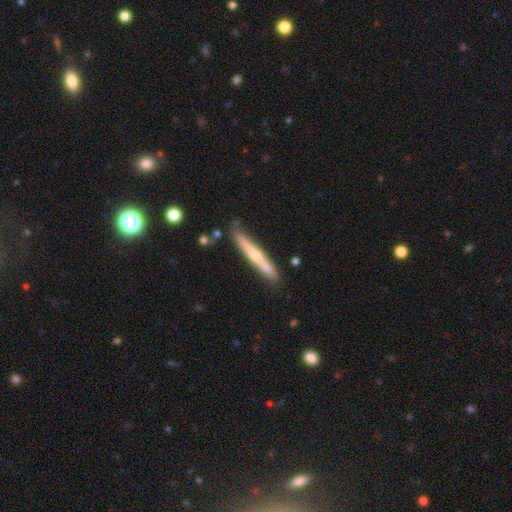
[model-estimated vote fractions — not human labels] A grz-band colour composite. It shows a featured or disk galaxy (53%) viewed edge-on (95%) with a rounded central bulge (65%). Merging: none (79%).